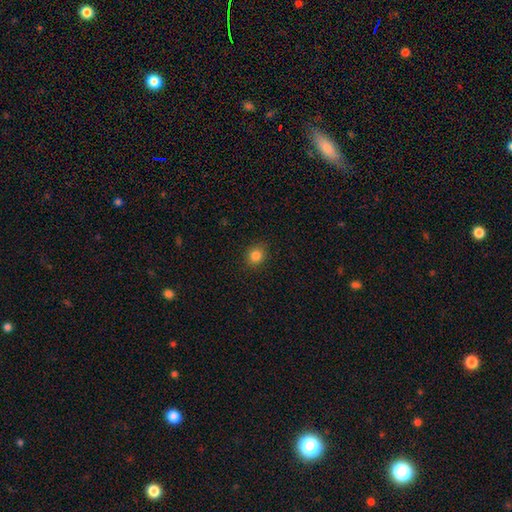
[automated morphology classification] This appears to be a smooth galaxy with no disk features (84%) that is round (78%). Merging: none (89%).